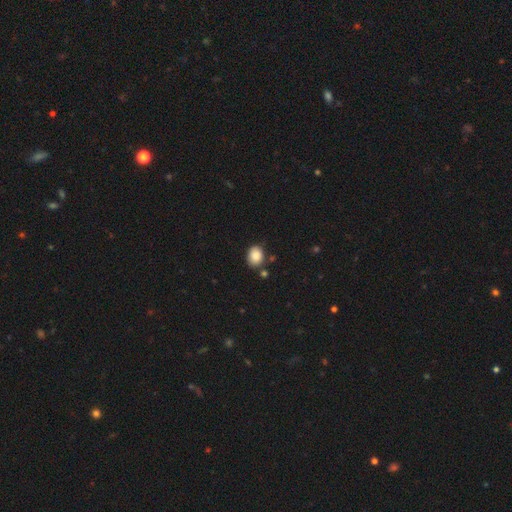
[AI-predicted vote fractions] Smooth or featured: smooth — 88% (star or artifact — 8%)
How rounded: in between — 59% (round — 40%)
Merging: none — 77% (minor disturbance — 14%)